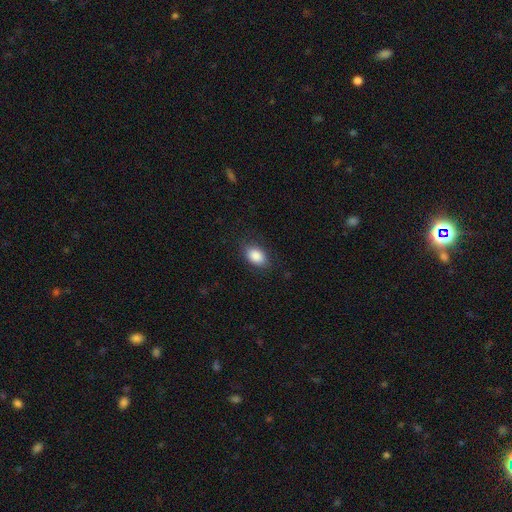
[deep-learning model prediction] smooth_or_featured: smooth (p=0.88) [alt: star or artifact p=0.07]
how_rounded: in between (p=0.87) [alt: round p=0.12]
merging: none (p=0.84) [alt: minor disturbance p=0.12]